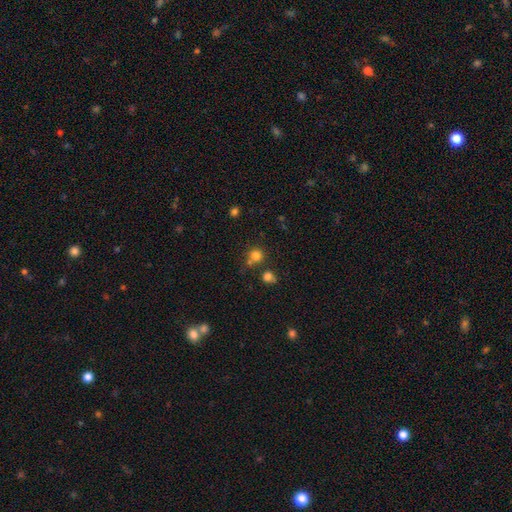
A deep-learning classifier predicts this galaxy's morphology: smooth 78%, star or artifact 16%, featured or disk 7%. Down the decision tree: how rounded — round (90%); merging — none (65%).